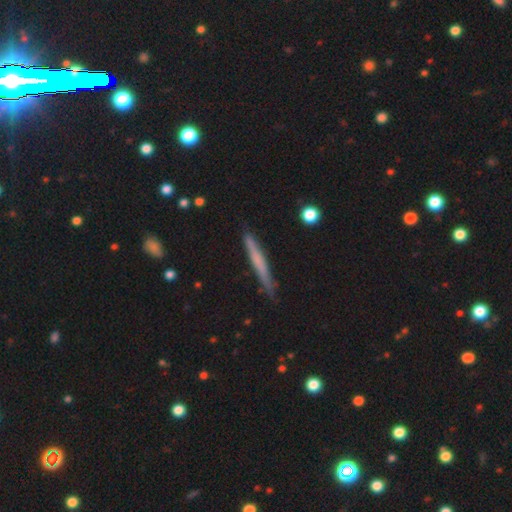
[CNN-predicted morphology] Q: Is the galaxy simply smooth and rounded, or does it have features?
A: smooth — 55%.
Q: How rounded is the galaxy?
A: cigar-shaped — 96%.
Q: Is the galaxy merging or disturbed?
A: none — 84%.